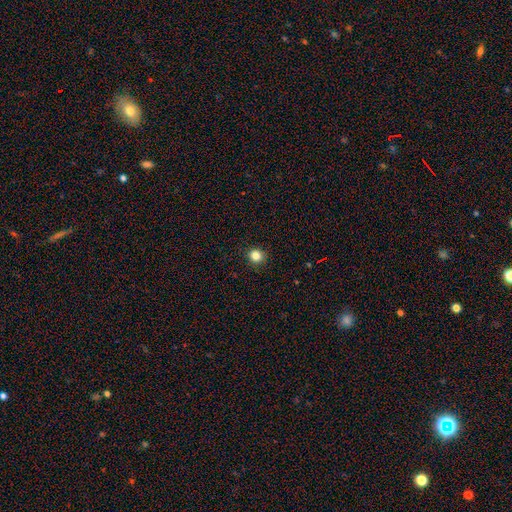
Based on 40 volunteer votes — Q: Smooth or featured?
A: smooth (85%); runner-up: star or artifact (12%)
Q: How rounded?
A: round (91%); runner-up: in between (9%)
Q: Merging?
A: none (97%); runner-up: minor disturbance (3%)